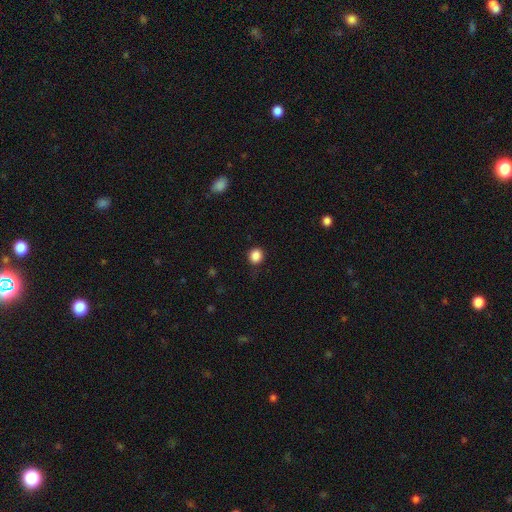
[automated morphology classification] Smooth or featured? smooth (87%)
How rounded? round (87%)
Merging? none (86%)